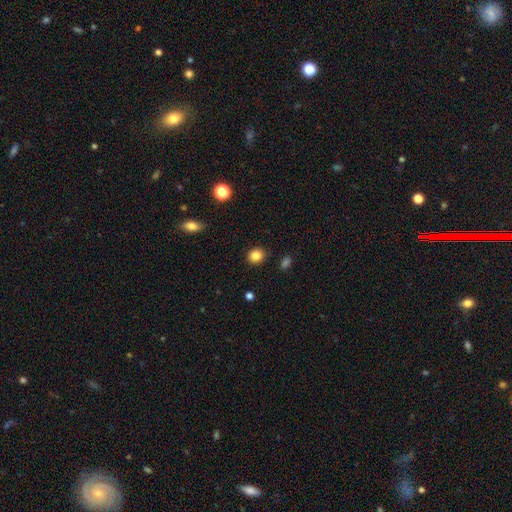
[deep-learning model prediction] smooth-or-featured: smooth: 85% | star or artifact: 11% | featured or disk: 5%
  how-rounded: round: 75% | in between: 24% | cigar-shaped: 1%
  merging: none: 90% | minor disturbance: 7% | major disturbance: 2% | merger: 1%